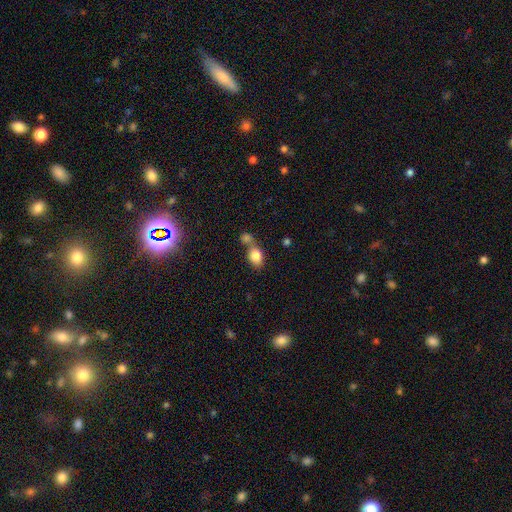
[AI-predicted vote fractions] This appears to be a smooth galaxy with no disk features (83%) that is in between round and cigar-shaped (67%). Merging: merger (46%).